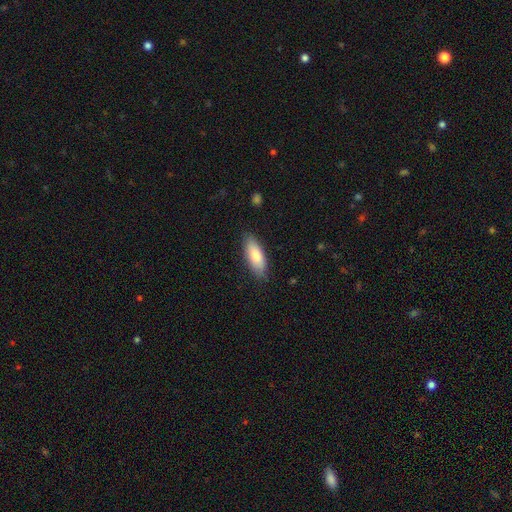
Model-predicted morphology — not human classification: The model was most divided on "how rounded": in between: 71%, cigar-shaped: 27%, round: 2%. More confident: merging — none (83%); smooth or featured — smooth (82%).